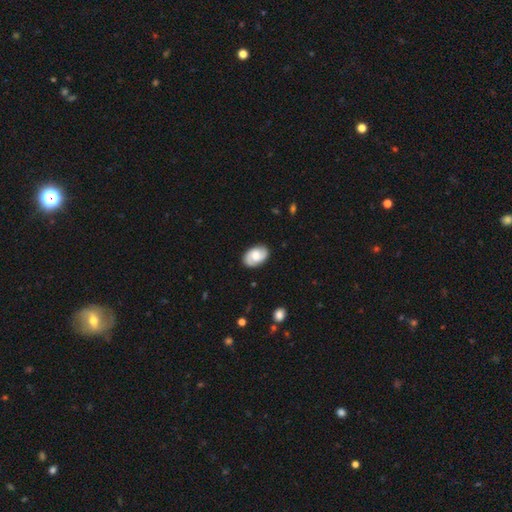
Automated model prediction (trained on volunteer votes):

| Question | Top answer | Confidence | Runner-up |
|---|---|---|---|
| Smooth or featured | featured or disk | 52% | smooth (41%) |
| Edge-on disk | no | 96% | yes (4%) |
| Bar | no | 59% | weak (35%) |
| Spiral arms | yes | 88% | no (12%) |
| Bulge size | moderate | 50% | small (20%) |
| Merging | none | 84% | minor disturbance (12%) |